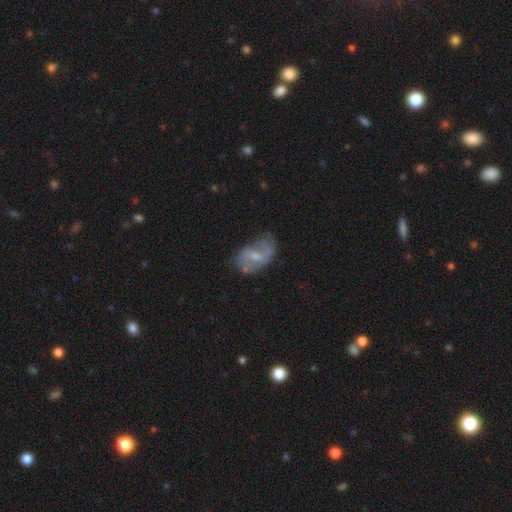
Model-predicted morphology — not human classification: Smooth or featured? Predicted: featured or disk (p=0.62). Edge-on disk? Predicted: no (p=0.96). Bar? Predicted: weak (p=0.53). Spiral arms? Predicted: yes (p=0.73). Bulge size? Predicted: small (p=0.49). Merging? Predicted: none (p=0.51).